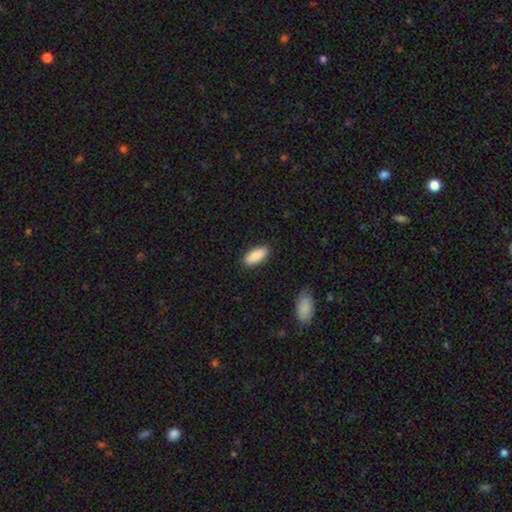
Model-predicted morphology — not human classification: This is clearly a smooth galaxy (89%). How rounded: clearly in between (82%). Merging: clearly none (88%).